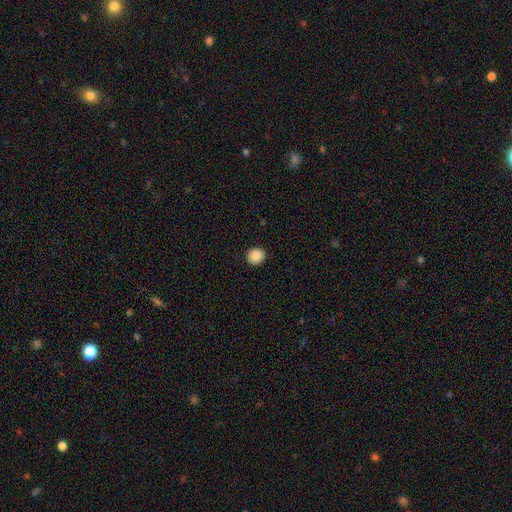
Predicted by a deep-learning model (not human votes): A smooth galaxy with no disk features (89%) that is round (90%). Merging: none (93%).